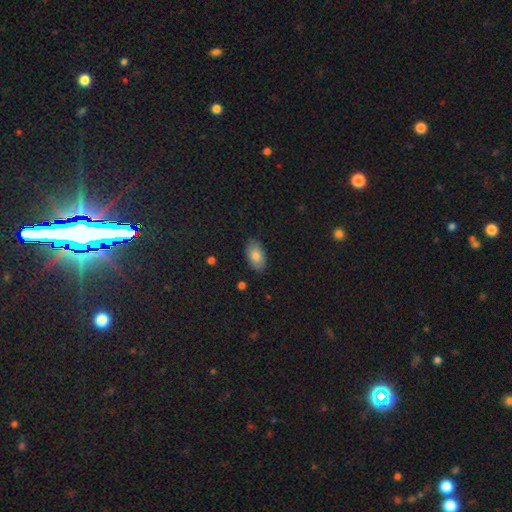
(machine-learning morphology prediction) Smooth or featured: smooth — 82% (featured or disk — 11%)
How rounded: in between — 94% (round — 4%)
Merging: none — 85% (minor disturbance — 11%)